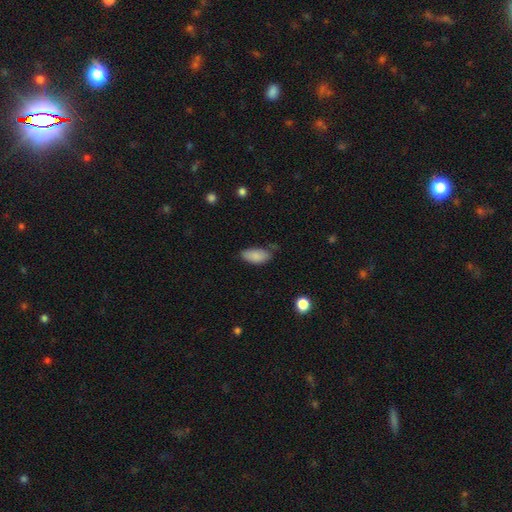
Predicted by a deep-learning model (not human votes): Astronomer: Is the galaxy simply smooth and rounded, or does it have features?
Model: smooth — 86%.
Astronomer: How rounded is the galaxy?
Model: in between — 92%.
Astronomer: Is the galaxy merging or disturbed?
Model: none — 62%.